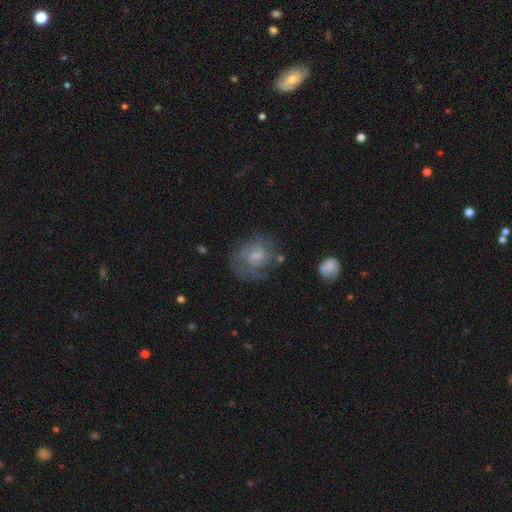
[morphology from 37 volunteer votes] smooth-or-featured: featured or disk: 84% | smooth: 16% | star or artifact: 0%
  disk-edge-on: no: 97% | yes: 3%
    bar: weak: 50% | no: 40% | strong: 10%
    has-spiral-arms: yes: 100% | no: 0%
      spiral-winding: tight: 47% | medium: 37% | loose: 17%
      spiral-arm-count: 2: 60% | can't tell: 20% | 3: 10% | 4: 7% | 1: 3% | more than 4: 0%
    bulge-size: moderate: 50% | small: 30% | none: 20% | dominant: 0% | large: 0%
  merging: none: 78% | minor disturbance: 16% | major disturbance: 3% | merger: 3%